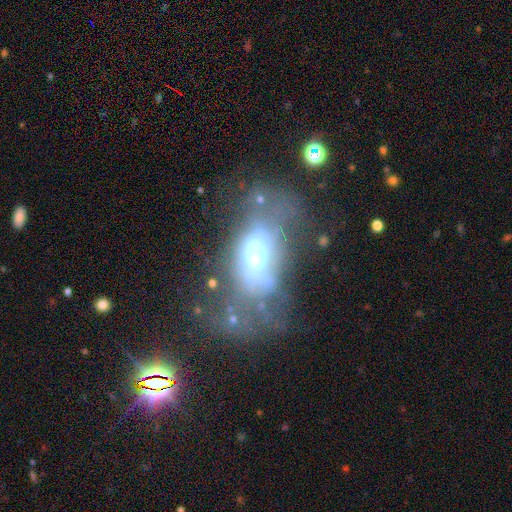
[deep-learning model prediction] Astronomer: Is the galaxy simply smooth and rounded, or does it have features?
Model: featured or disk — 53% (runner-up: smooth, 31%).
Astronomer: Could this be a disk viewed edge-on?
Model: no — 86%.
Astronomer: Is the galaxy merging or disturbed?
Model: major disturbance — 38% (runner-up: none, 31%).